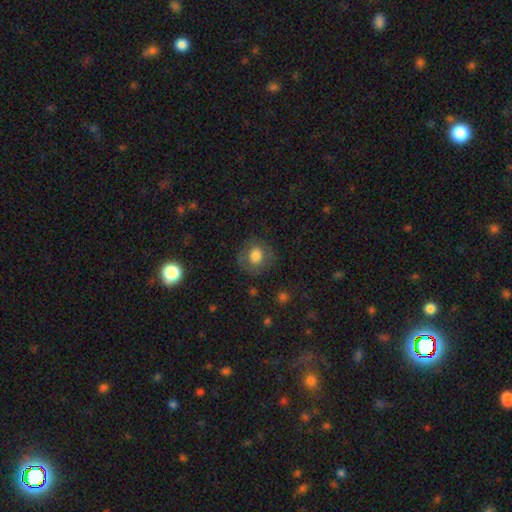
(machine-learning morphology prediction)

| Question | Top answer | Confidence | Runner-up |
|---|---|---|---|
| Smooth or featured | smooth | 73% | featured or disk (16%) |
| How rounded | round | 85% | in between (14%) |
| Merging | none | 78% | minor disturbance (14%) |